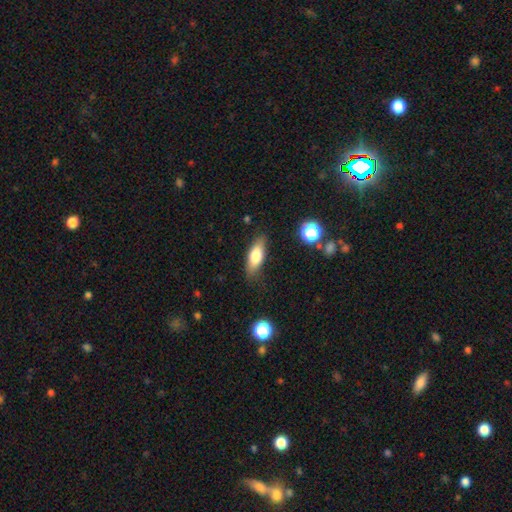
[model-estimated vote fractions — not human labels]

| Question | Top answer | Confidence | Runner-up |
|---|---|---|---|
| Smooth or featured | smooth | 71% | featured or disk (22%) |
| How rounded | in between | 69% | cigar-shaped (28%) |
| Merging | none | 78% | minor disturbance (16%) |